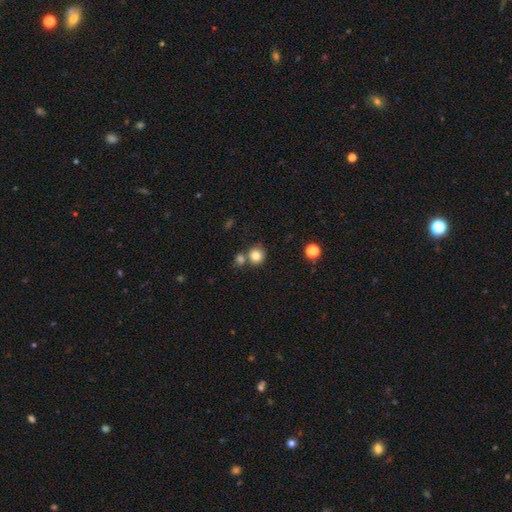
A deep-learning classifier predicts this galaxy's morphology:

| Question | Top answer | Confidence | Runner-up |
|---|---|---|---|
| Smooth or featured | smooth | 82% | star or artifact (11%) |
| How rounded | round | 88% | in between (11%) |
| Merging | none | 64% | merger (24%) |